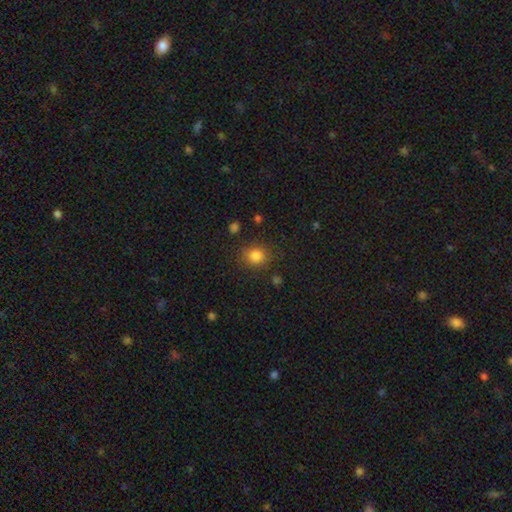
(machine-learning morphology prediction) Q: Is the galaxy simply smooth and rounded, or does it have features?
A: smooth — 83%.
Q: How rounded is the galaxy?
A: round — 80%.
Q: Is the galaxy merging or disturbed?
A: none — 81%.